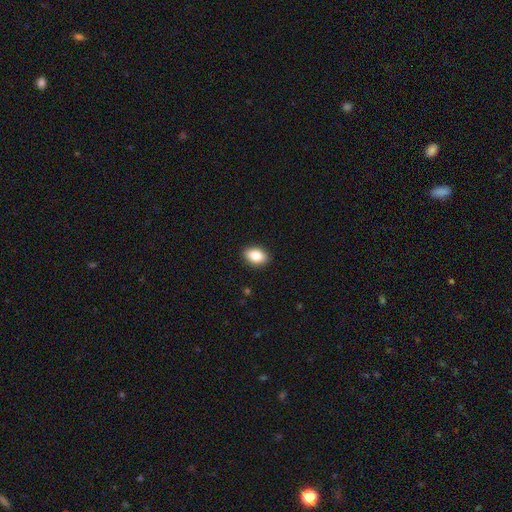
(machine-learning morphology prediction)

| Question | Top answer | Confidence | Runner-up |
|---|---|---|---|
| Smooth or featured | smooth | 86% | star or artifact (8%) |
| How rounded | in between | 83% | round (15%) |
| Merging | none | 90% | minor disturbance (7%) |